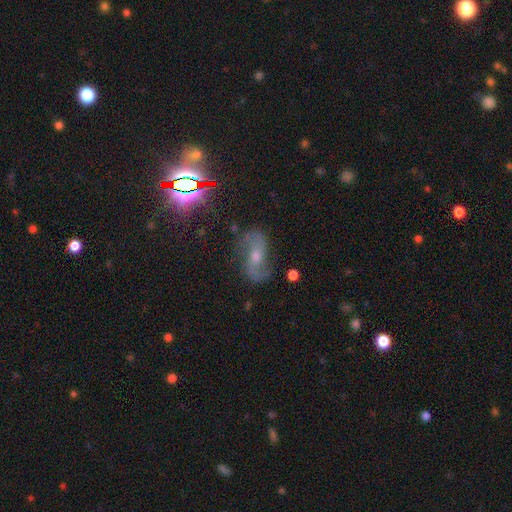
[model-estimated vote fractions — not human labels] A featured or disk galaxy (76%) with a weak bar (42%, tied with no), 2 (91%) loose (59%) spiral arms (94%) and a moderate central bulge (55%). Merging: none (73%).